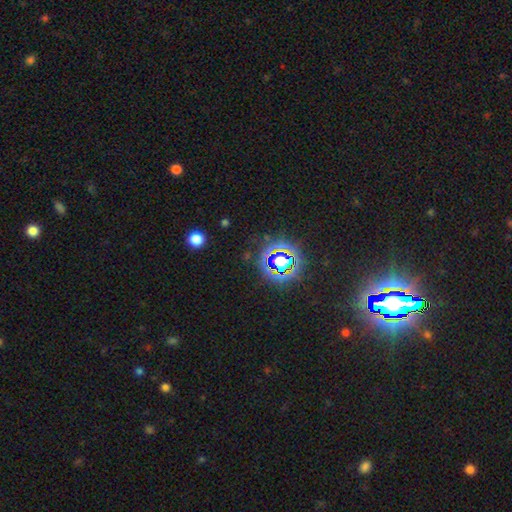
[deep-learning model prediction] Smooth or featured?
  - star or artifact: 80% *
  - smooth: 13%
  - featured or disk: 7%